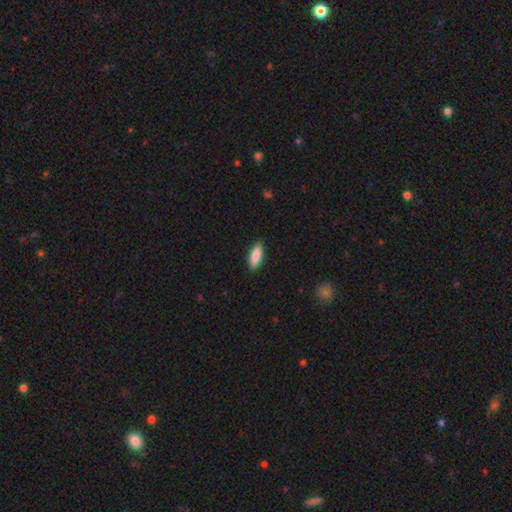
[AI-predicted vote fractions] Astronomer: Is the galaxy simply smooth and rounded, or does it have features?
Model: smooth — 87%.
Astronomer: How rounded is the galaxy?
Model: in between — 71%.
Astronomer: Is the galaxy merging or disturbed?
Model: none — 89%.